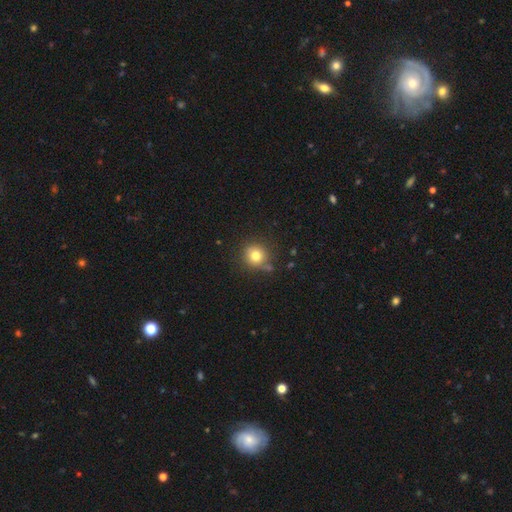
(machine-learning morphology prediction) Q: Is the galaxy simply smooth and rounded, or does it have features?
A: smooth — 78%.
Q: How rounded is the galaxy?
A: round — 91%.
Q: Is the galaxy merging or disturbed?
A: none — 77%.